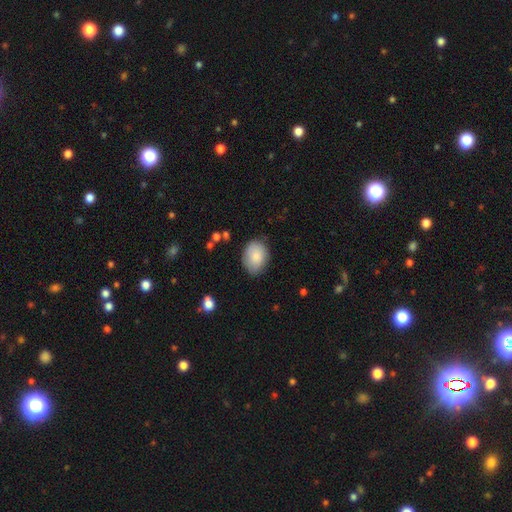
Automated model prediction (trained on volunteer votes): Smooth or featured?
  - smooth: 83% *
  - featured or disk: 10%
  - star or artifact: 7%
How rounded?
  - in between: 70% *
  - round: 29%
  - cigar-shaped: 1%
Merging?
  - none: 76% *
  - minor disturbance: 19%
  - major disturbance: 4%
  - merger: 1%